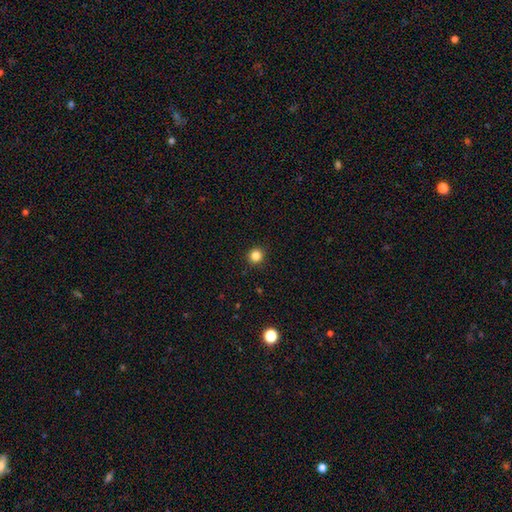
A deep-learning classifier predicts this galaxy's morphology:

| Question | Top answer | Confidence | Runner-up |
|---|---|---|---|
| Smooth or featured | smooth | 84% | star or artifact (12%) |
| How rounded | round | 92% | in between (7%) |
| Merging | none | 92% | minor disturbance (5%) |